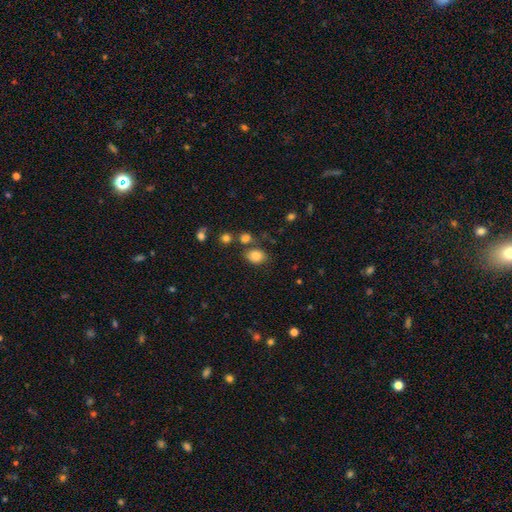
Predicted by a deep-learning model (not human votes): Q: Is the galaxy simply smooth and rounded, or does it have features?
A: smooth — 81%.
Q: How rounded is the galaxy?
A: in between — 57%.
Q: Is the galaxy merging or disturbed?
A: none — 70%.